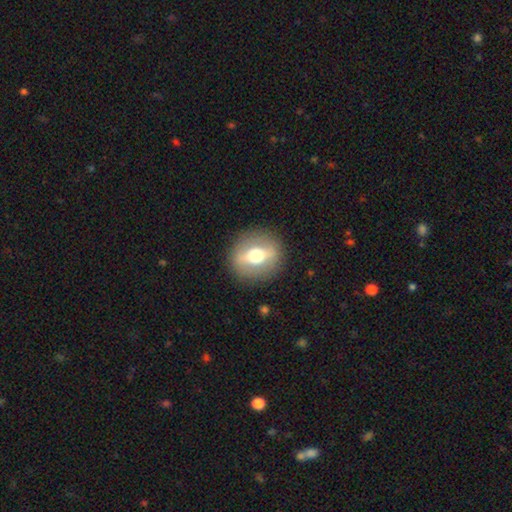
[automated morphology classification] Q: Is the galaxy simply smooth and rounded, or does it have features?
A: featured or disk — 54%.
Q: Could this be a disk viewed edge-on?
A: no — 65%.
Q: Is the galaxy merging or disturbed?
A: none — 88%.